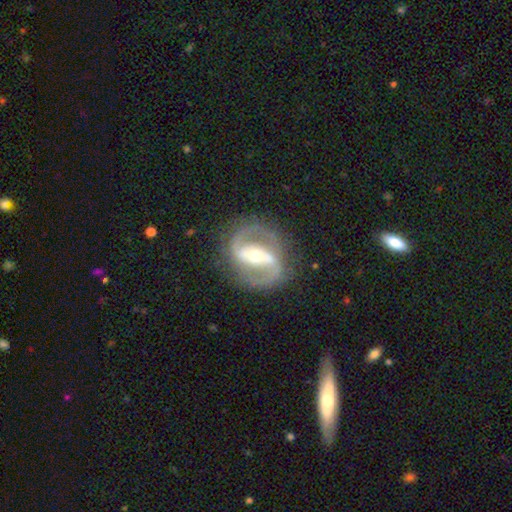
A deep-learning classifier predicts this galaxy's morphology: featured or disk 89%, smooth 6%, star or artifact 5%. Down the decision tree: edge-on disk — no (97%); bar — strong (52%); spiral arms — yes (95%); spiral arm count — 2 (92%); spiral winding — medium (57%); bulge size — moderate (58%); merging — none (82%).